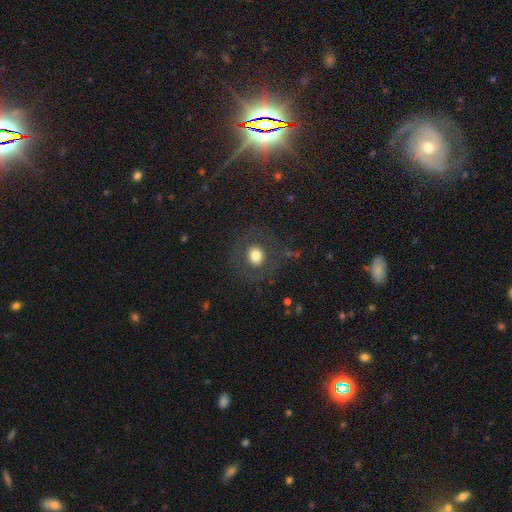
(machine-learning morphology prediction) This is likely a smooth galaxy (70%). How rounded: clearly round (81%). Merging: clearly none (81%).